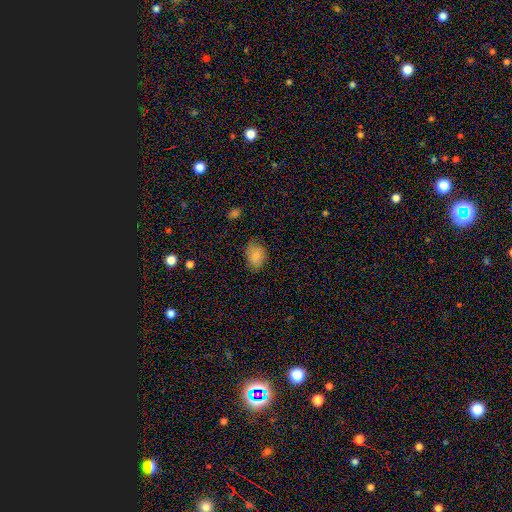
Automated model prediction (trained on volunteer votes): smooth_or_featured: smooth (p=0.81) [alt: featured or disk p=0.11]
how_rounded: in between (p=0.76) [alt: round p=0.23]
merging: none (p=0.74) [alt: minor disturbance p=0.21]